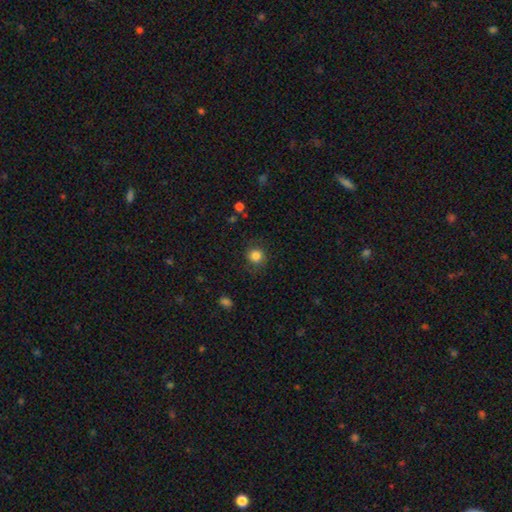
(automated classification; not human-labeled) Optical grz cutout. It shows a smooth galaxy with no disk features (84%) that is round (90%). Merging: none (83%).